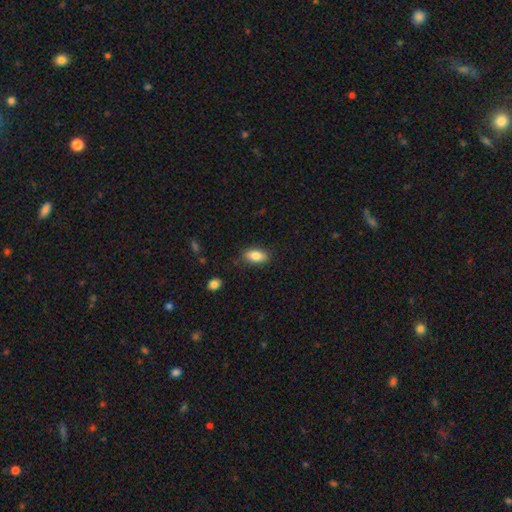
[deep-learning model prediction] Smooth or featured? smooth (83%)
How rounded? in between (88%)
Merging? none (84%)